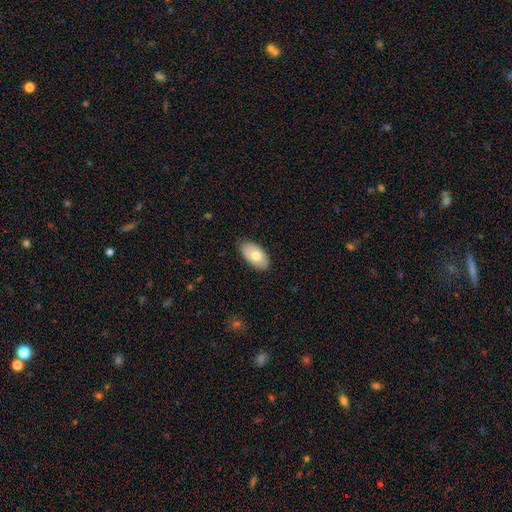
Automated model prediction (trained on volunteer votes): A smooth galaxy with no disk features (73%) that is in between round and cigar-shaped (95%).

Vote fractions:
- Smooth or featured? smooth: 73% / featured or disk: 21% / star or artifact: 6%
- How rounded? in between: 95% / round: 3% / cigar-shaped: 2%
- Merging? none: 85% / minor disturbance: 12% / major disturbance: 2% / merger: 1%